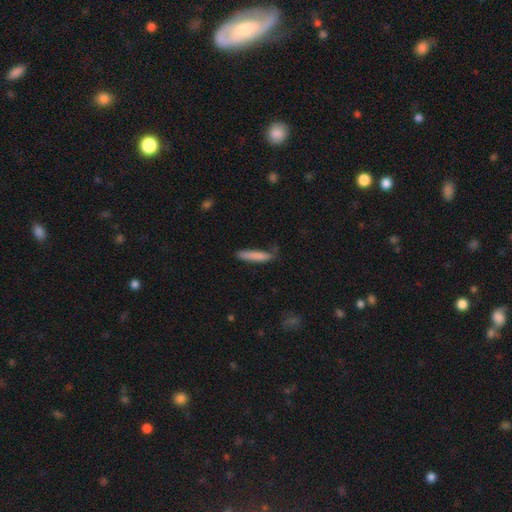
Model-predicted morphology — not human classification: Q: Smooth or featured?
A: smooth (82%); runner-up: featured or disk (12%)
Q: How rounded?
A: cigar-shaped (89%); runner-up: in between (9%)
Q: Merging?
A: none (70%); runner-up: minor disturbance (22%)